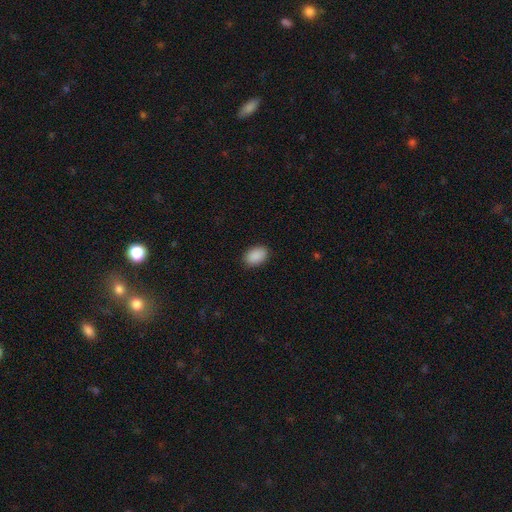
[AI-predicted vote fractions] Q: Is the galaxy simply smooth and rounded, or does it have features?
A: smooth — 91%.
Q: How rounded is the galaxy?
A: in between — 87%.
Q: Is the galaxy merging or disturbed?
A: none — 89%.